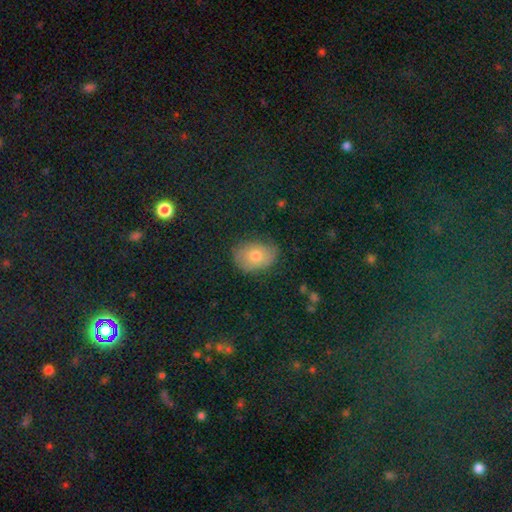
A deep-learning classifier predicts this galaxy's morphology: Smooth or featured: smooth — 70% (featured or disk — 16%)
How rounded: in between — 71% (round — 28%)
Merging: none — 74% (minor disturbance — 20%)